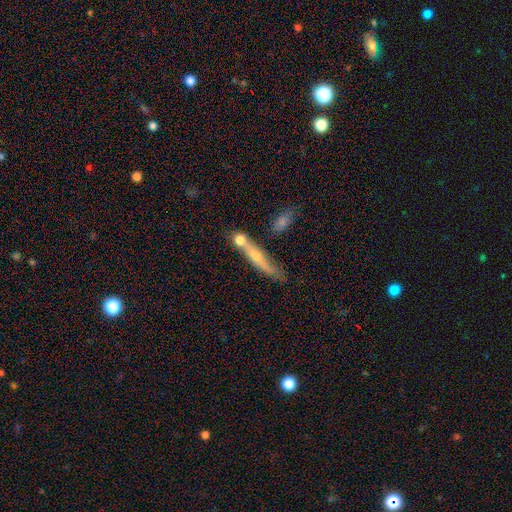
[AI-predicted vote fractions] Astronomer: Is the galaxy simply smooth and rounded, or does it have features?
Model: featured or disk — 48% (runner-up: smooth, 45%).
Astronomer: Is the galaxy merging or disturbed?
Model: none — 55%.